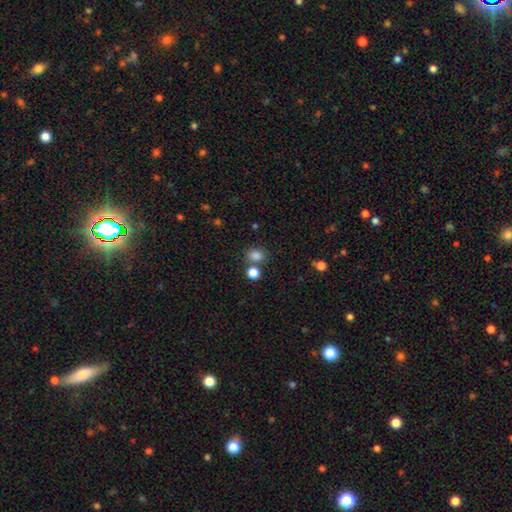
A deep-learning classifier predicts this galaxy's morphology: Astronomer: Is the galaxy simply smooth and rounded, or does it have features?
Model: smooth — 82%.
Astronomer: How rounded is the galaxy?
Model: round — 56% (runner-up: in between, 43%).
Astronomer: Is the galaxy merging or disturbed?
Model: none — 68%.